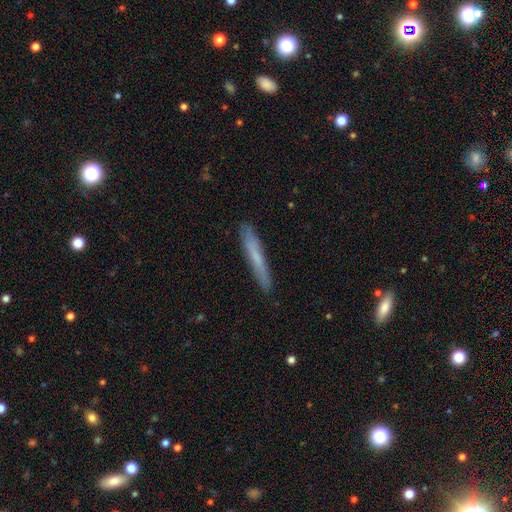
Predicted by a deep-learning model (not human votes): smooth_or_featured: smooth (p=0.62) [alt: featured or disk p=0.32]
how_rounded: cigar-shaped (p=0.96) [alt: in between p=0.03]
merging: none (p=0.88) [alt: minor disturbance p=0.09]